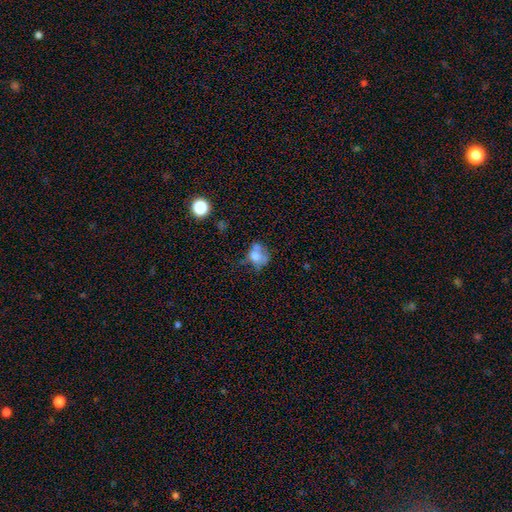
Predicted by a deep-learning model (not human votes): This appears to be a smooth galaxy with no disk features (59%) that is in between round and cigar-shaped (51%). Merging: none (31%).